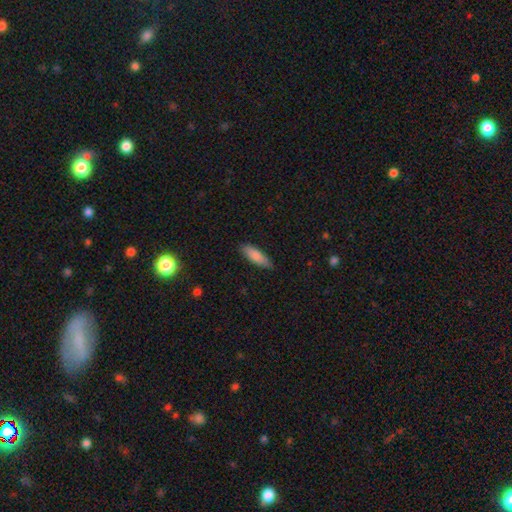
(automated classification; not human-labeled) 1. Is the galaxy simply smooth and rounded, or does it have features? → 85% smooth, 9% featured or disk, 6% star or artifact.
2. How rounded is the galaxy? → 55% in between, 43% cigar-shaped, 2% round.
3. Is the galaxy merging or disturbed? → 82% none, 14% minor disturbance, 2% major disturbance, 1% merger.